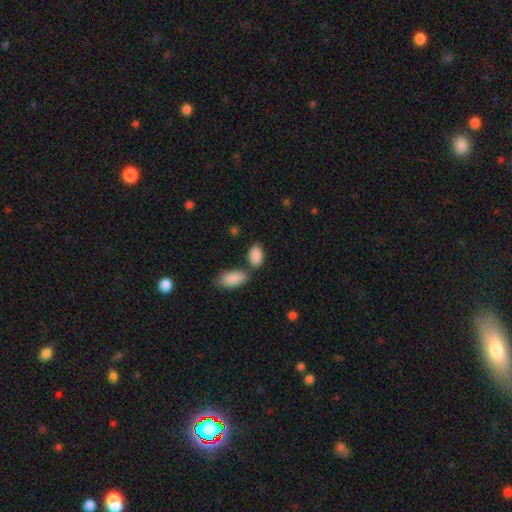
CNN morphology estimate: Q: Smooth or featured?
A: smooth (89%); runner-up: star or artifact (6%)
Q: How rounded?
A: in between (94%); runner-up: round (4%)
Q: Merging?
A: none (56%); runner-up: merger (27%)